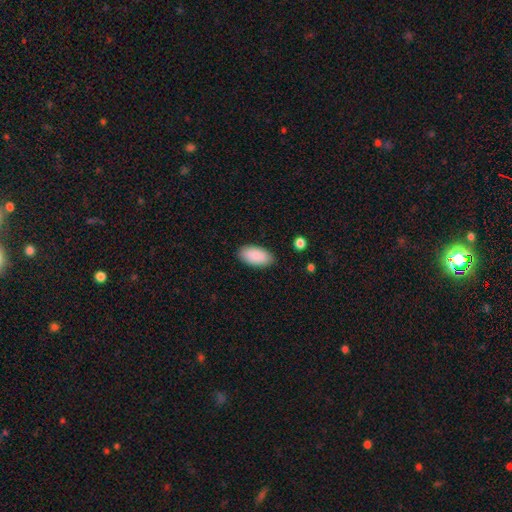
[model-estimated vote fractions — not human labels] smooth_or_featured: smooth (p=0.90) [alt: star or artifact p=0.06]
how_rounded: in between (p=0.95) [alt: cigar-shaped p=0.03]
merging: none (p=0.87) [alt: minor disturbance p=0.10]